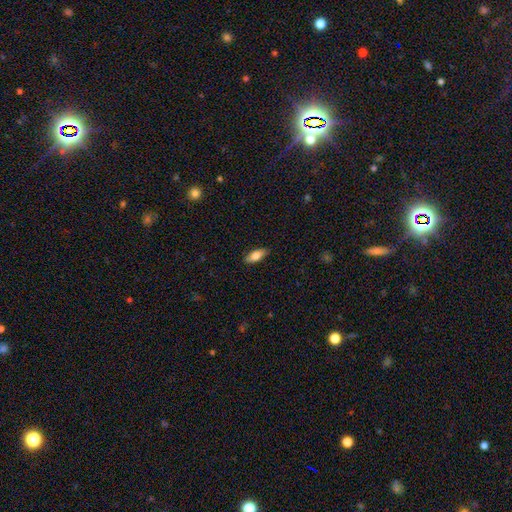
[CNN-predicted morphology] Q: Smooth or featured?
A: smooth (75%); runner-up: featured or disk (19%)
Q: How rounded?
A: in between (76%); runner-up: cigar-shaped (21%)
Q: Merging?
A: none (86%); runner-up: minor disturbance (11%)